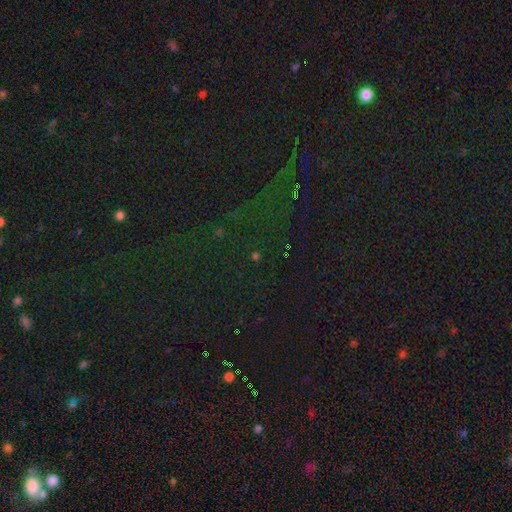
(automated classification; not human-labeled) smooth_or_featured: star or artifact (p=0.75) [alt: smooth p=0.18]